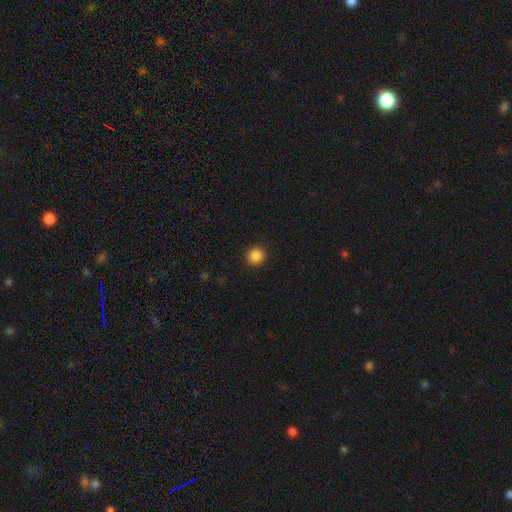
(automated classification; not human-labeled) smooth 87%, star or artifact 10%, featured or disk 3%. Down the decision tree: how rounded — round (93%); merging — none (92%).